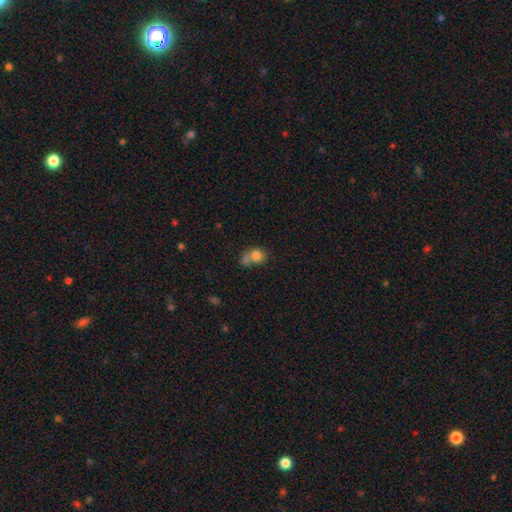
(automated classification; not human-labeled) Morphology: type=smooth (78%); roundness=round (62%); merging=merger (47%).